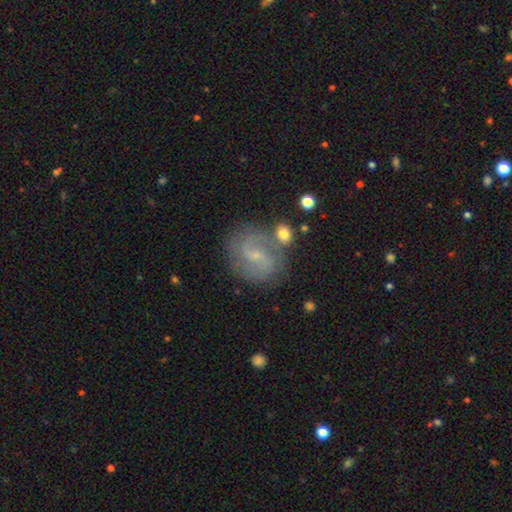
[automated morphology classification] This is likely a featured or disk galaxy (74%). It is clearly not viewed edge-on (97%). Bar: possibly weak (55%). Spiral arm pattern: clearly yes (91%). Spiral arm count: clearly 2 (82%). Spiral winding: possibly medium (47%). Central bulge: likely small (75%). Merging: likely none (70%).